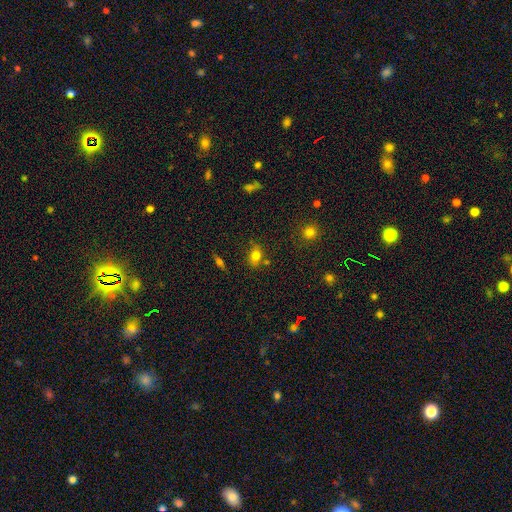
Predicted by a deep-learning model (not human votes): Smooth or featured: smooth — 76% (star or artifact — 12%)
How rounded: in between — 69% (round — 28%)
Merging: none — 71% (minor disturbance — 17%)